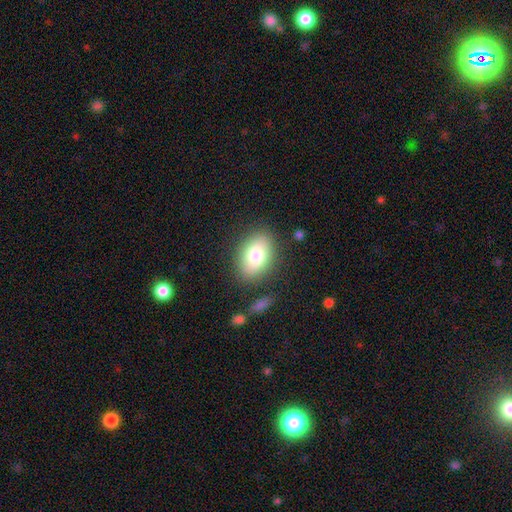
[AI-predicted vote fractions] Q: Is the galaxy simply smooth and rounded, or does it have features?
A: smooth — 77%.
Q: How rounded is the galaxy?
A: in between — 78%.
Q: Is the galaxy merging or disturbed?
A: none — 81%.